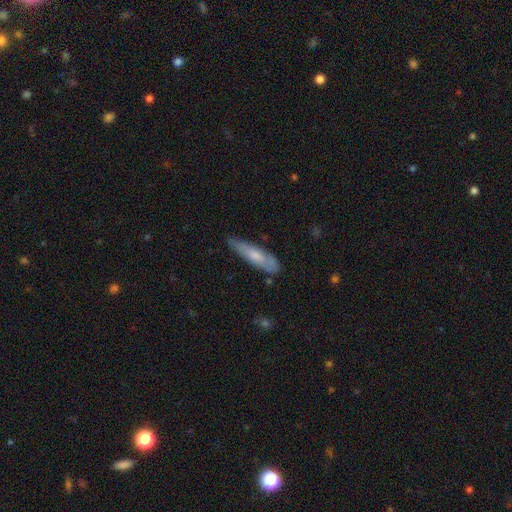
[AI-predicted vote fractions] A smooth galaxy with no disk features (64%) that is cigar-shaped (78%). Merging: none (72%).